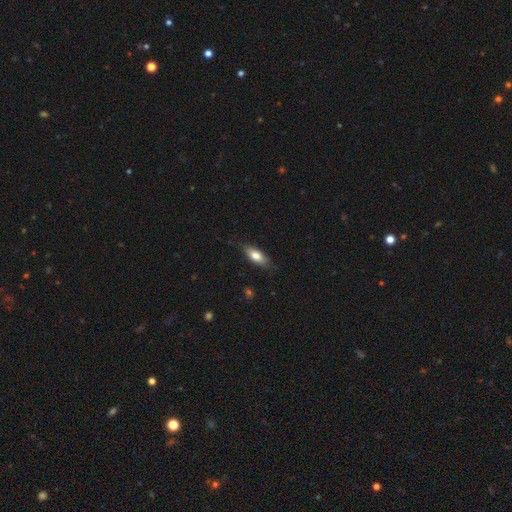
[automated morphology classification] smooth-or-featured: smooth: 76% | featured or disk: 18% | star or artifact: 7%
  how-rounded: in between: 77% | cigar-shaped: 20% | round: 3%
  merging: none: 80% | minor disturbance: 16% | major disturbance: 3% | merger: 1%